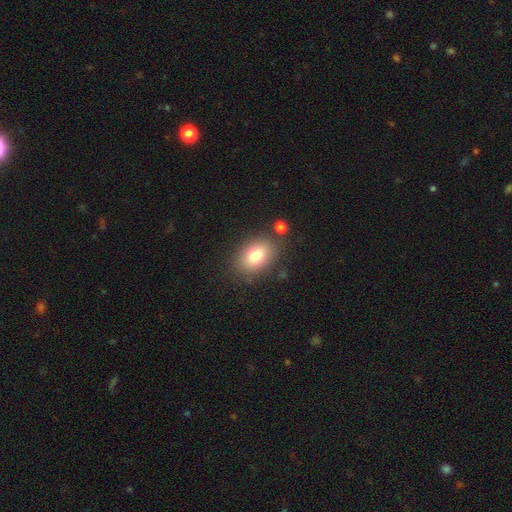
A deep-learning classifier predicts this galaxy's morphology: The model was most divided on "how rounded": in between: 76%, round: 23%, cigar-shaped: 1%. More confident: merging — none (81%); smooth or featured — smooth (79%).